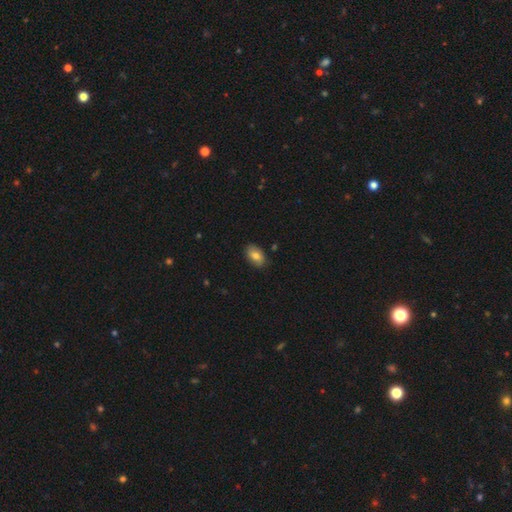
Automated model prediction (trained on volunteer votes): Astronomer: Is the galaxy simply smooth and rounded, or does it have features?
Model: smooth — 81%.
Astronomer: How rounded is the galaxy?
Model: in between — 90%.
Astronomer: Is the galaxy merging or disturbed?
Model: none — 86%.